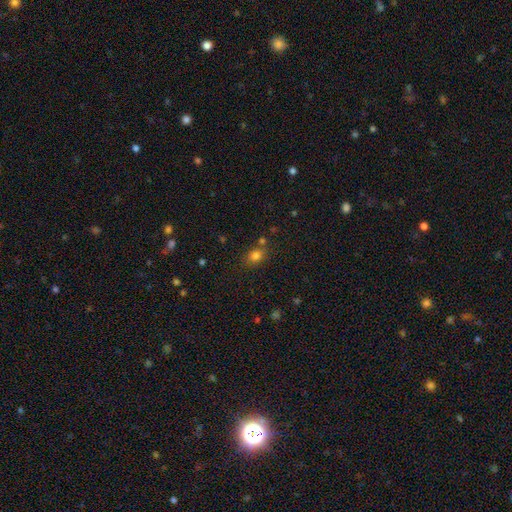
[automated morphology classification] Q: Smooth or featured?
A: smooth (79%); runner-up: star or artifact (14%)
Q: How rounded?
A: in between (53%); runner-up: round (46%)
Q: Merging?
A: none (71%); runner-up: minor disturbance (13%)